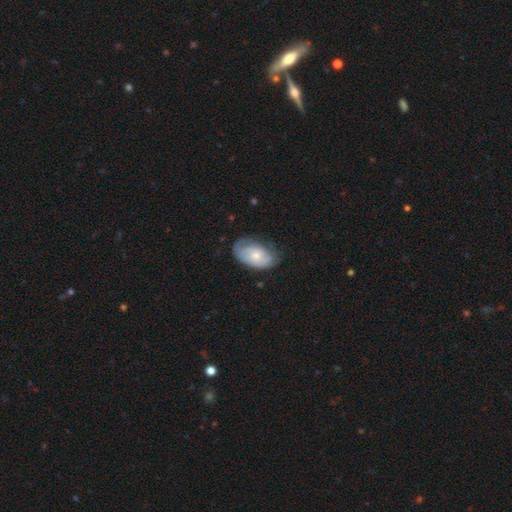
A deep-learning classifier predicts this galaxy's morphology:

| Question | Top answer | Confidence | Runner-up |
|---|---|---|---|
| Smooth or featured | smooth | 52% | featured or disk (41%) |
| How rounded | in between | 92% | round (7%) |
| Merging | none | 56% | minor disturbance (31%) |